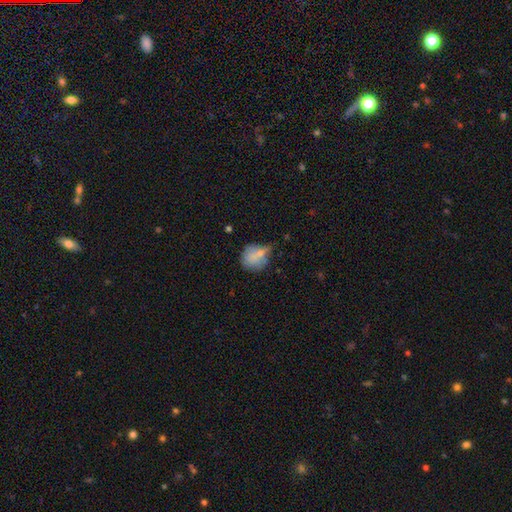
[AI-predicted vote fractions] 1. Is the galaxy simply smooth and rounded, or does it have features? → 71% smooth, 19% featured or disk, 10% star or artifact.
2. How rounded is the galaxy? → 64% round, 34% in between, 1% cigar-shaped.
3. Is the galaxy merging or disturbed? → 43% none, 29% minor disturbance, 15% merger, 13% major disturbance.